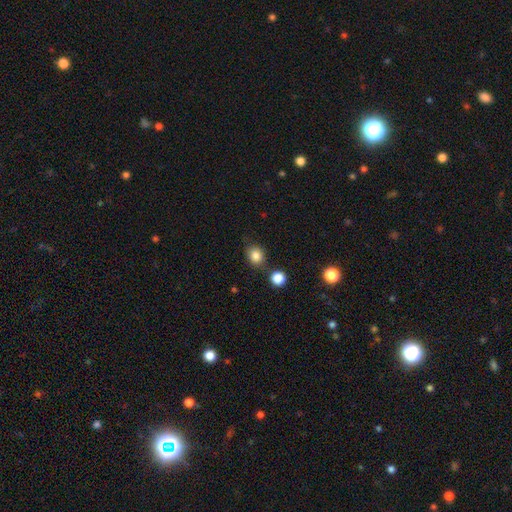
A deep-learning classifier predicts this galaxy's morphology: smooth_or_featured: smooth (p=0.84) [alt: star or artifact p=0.11]
how_rounded: round (p=0.72) [alt: in between p=0.27]
merging: none (p=0.77) [alt: minor disturbance p=0.13]